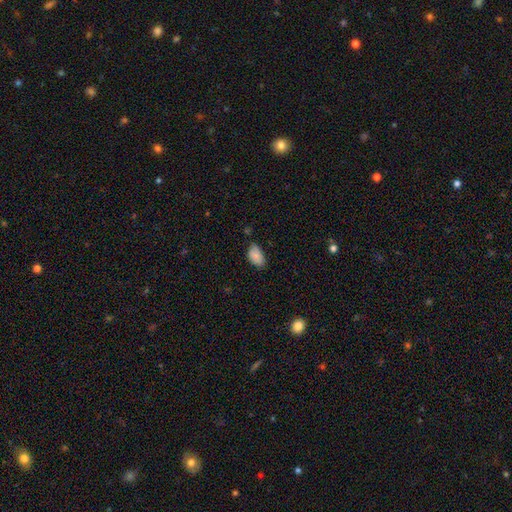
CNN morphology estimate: A smooth galaxy with no disk features (85%) that is in between round and cigar-shaped (93%). Merging: none (61%).